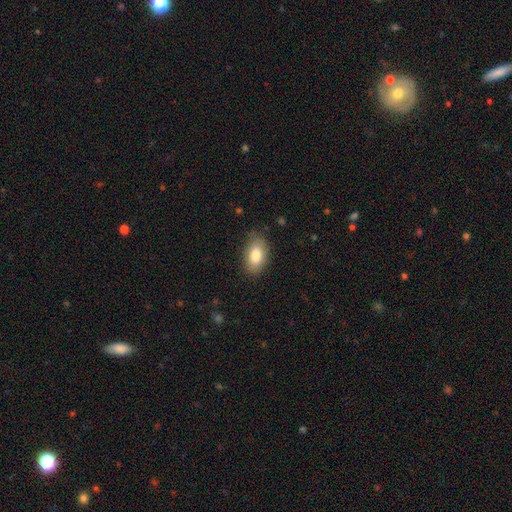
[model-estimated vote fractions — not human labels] smooth_or_featured: smooth (p=0.84) [alt: featured or disk p=0.09]
how_rounded: in between (p=0.92) [alt: round p=0.06]
merging: none (p=0.78) [alt: minor disturbance p=0.17]